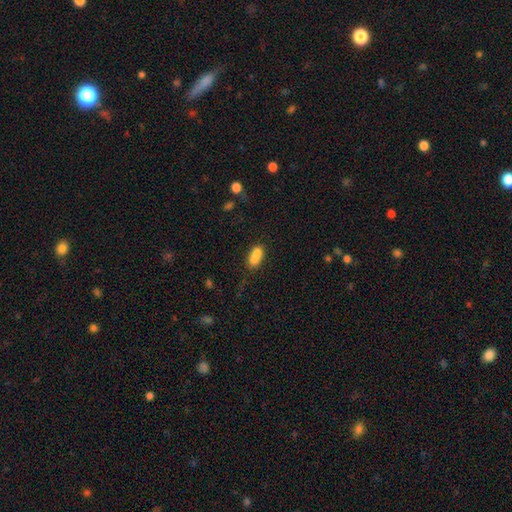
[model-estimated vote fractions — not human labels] A smooth galaxy with no disk features (70%) that is in between round and cigar-shaped (64%).

Vote fractions:
- Smooth or featured? smooth: 70% / featured or disk: 20% / star or artifact: 10%
- How rounded? in between: 64% / round: 31% / cigar-shaped: 5%
- Merging? merger: 65% / none: 23% / minor disturbance: 8% / major disturbance: 4%